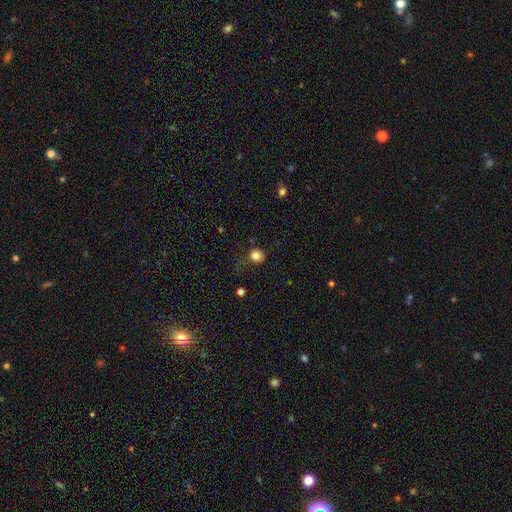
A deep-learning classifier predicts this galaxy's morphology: Overall: smooth (82%). How rounded: round (84%). Merging: none (70%).